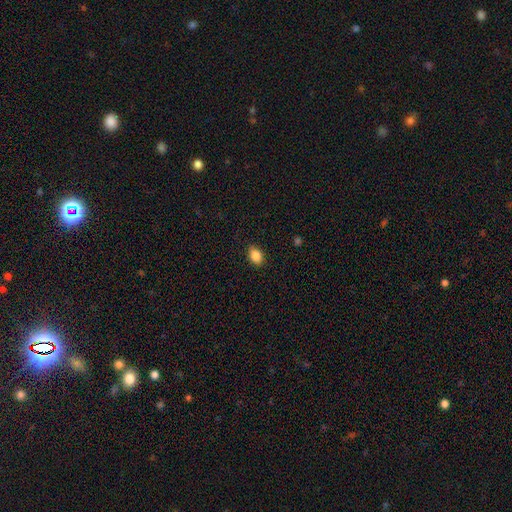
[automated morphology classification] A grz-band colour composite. It shows a smooth galaxy with no disk features (86%) that is in between round and cigar-shaped (77%). Merging: none (88%).